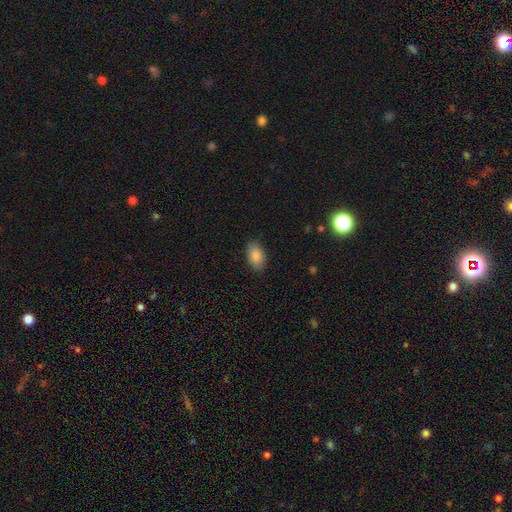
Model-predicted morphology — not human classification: Smooth or featured?
  - smooth: 86% *
  - star or artifact: 7%
  - featured or disk: 7%
How rounded?
  - in between: 92% *
  - round: 7%
  - cigar-shaped: 2%
Merging?
  - none: 87% *
  - minor disturbance: 10%
  - major disturbance: 2%
  - merger: 1%